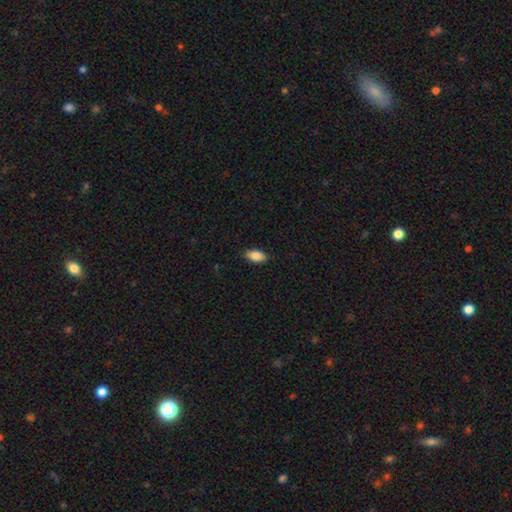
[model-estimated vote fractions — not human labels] This appears to be a smooth galaxy with no disk features (86%) that is in between round and cigar-shaped (92%). Merging: none (88%).